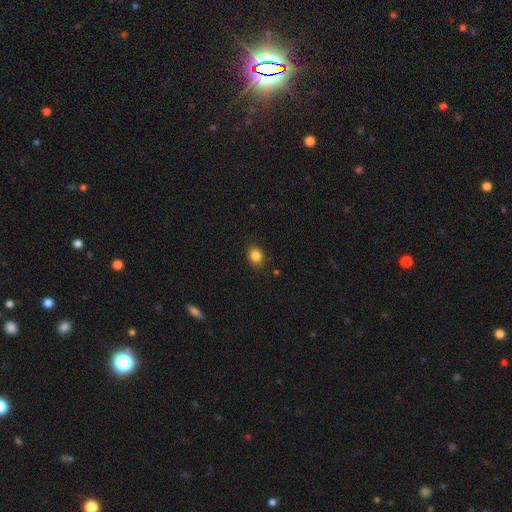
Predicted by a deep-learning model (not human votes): Smooth or featured? smooth (84%)
How rounded? round (50%)
Merging? none (86%)